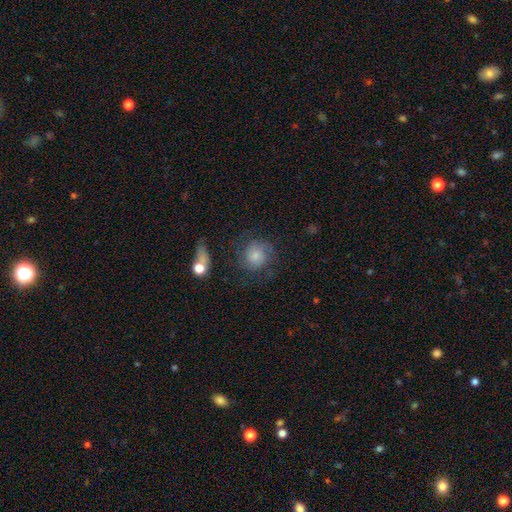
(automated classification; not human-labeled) Morphology: type=smooth (57%); roundness=round (84%); merging=none (62%).